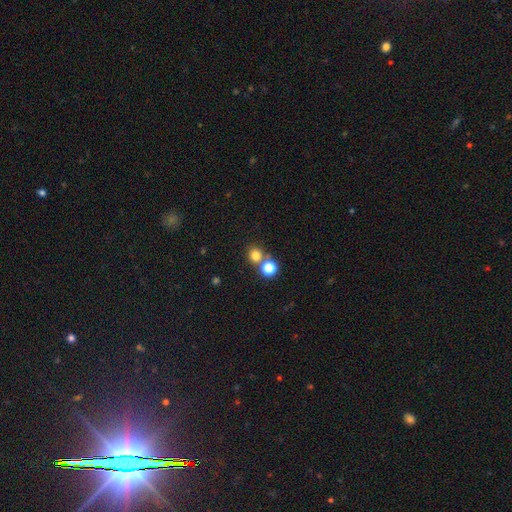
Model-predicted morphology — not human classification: smooth_or_featured: smooth (p=0.77) [alt: star or artifact p=0.16]
how_rounded: round (p=0.88) [alt: in between p=0.11]
merging: none (p=0.61) [alt: merger p=0.30]